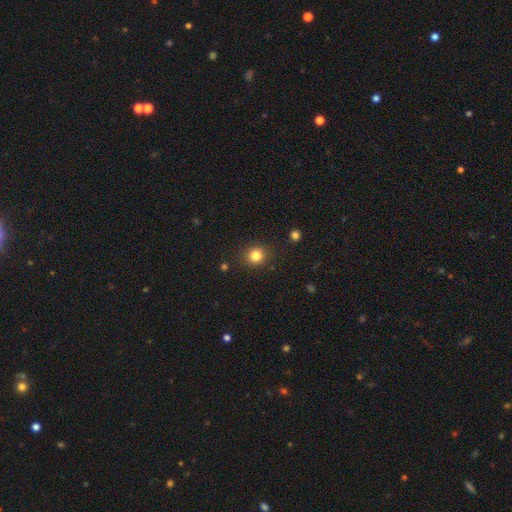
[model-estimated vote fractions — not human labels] This appears to be a smooth galaxy with no disk features (82%) that is round (84%). Merging: none (88%).